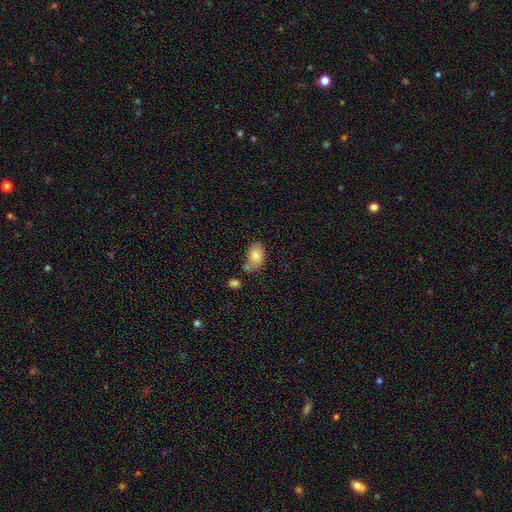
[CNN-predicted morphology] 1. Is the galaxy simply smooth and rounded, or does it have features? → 83% smooth, 10% featured or disk, 7% star or artifact.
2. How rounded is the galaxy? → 88% in between, 11% round, 1% cigar-shaped.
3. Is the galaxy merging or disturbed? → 51% none, 22% minor disturbance, 21% merger, 7% major disturbance.